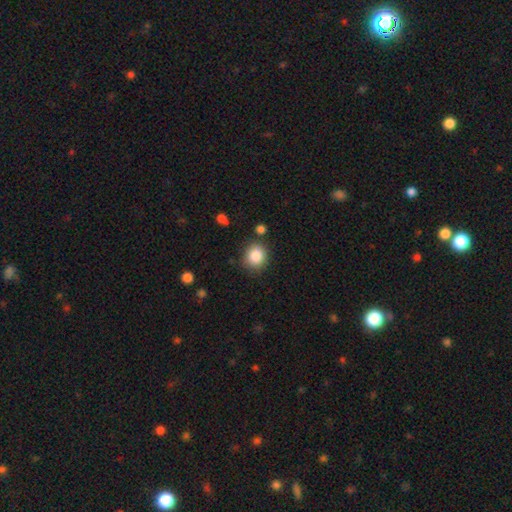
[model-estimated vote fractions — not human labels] This is clearly a smooth galaxy (86%). How rounded: likely round (79%). Merging: clearly none (81%).